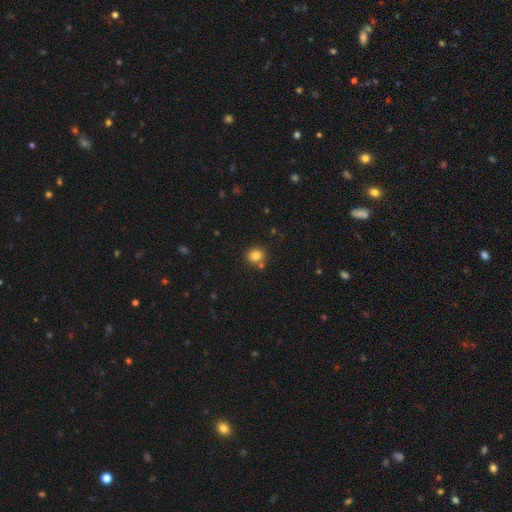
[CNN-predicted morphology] Smooth or featured?
  - smooth: 82% *
  - star or artifact: 12%
  - featured or disk: 6%
How rounded?
  - round: 81% *
  - in between: 18%
  - cigar-shaped: 1%
Merging?
  - none: 74% *
  - merger: 13%
  - minor disturbance: 10%
  - major disturbance: 3%